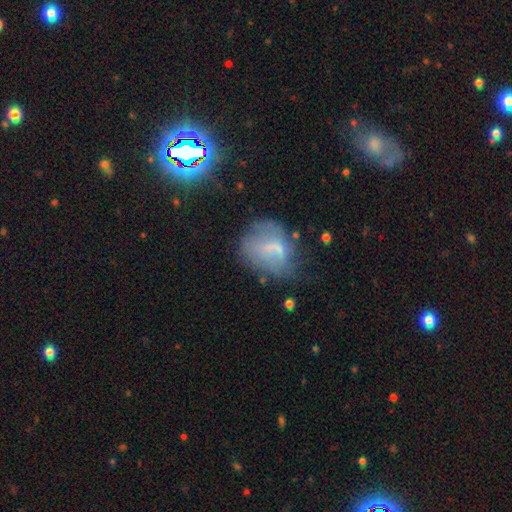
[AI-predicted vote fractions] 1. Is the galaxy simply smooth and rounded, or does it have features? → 48% smooth, 32% featured or disk, 20% star or artifact.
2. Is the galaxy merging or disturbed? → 49% none, 28% minor disturbance, 18% major disturbance, 5% merger.